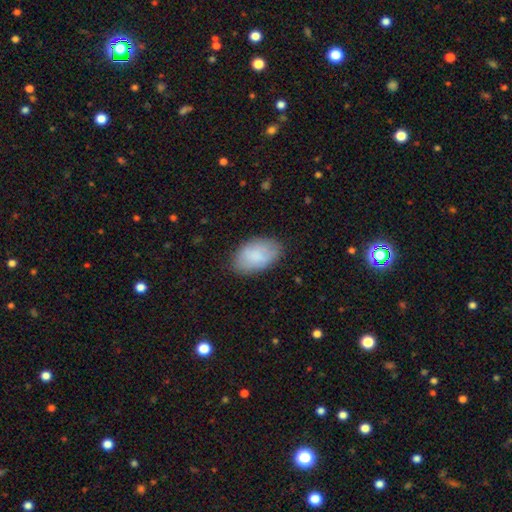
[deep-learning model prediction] Smooth or featured: smooth — 83% (featured or disk — 11%)
How rounded: in between — 93% (round — 6%)
Merging: none — 79% (minor disturbance — 16%)